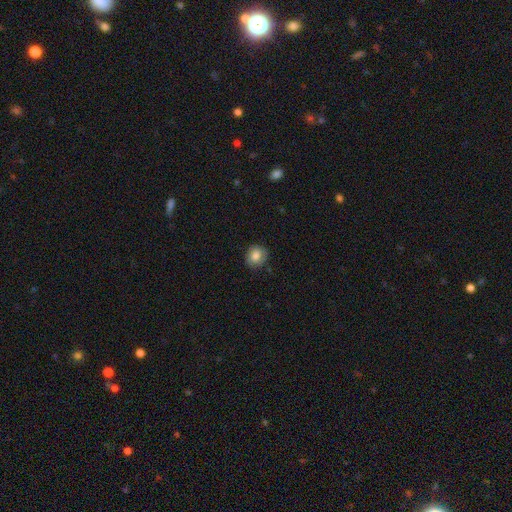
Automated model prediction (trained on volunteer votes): Q: Smooth or featured?
A: smooth (80%); runner-up: featured or disk (11%)
Q: How rounded?
A: round (79%); runner-up: in between (20%)
Q: Merging?
A: none (84%); runner-up: minor disturbance (13%)